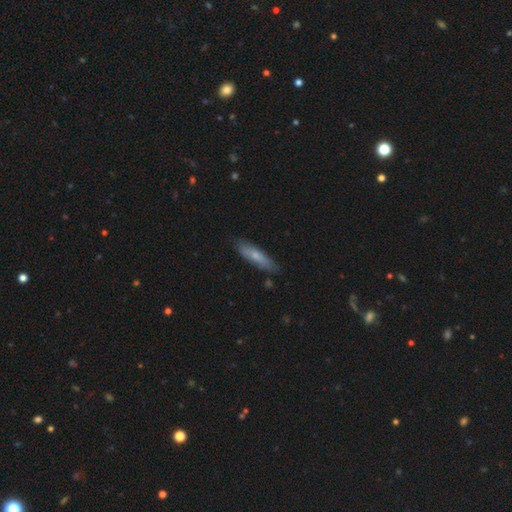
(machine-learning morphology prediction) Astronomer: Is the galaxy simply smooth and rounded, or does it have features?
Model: smooth — 66%.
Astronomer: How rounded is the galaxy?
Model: cigar-shaped — 73%.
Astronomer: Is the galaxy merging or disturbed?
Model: none — 80%.